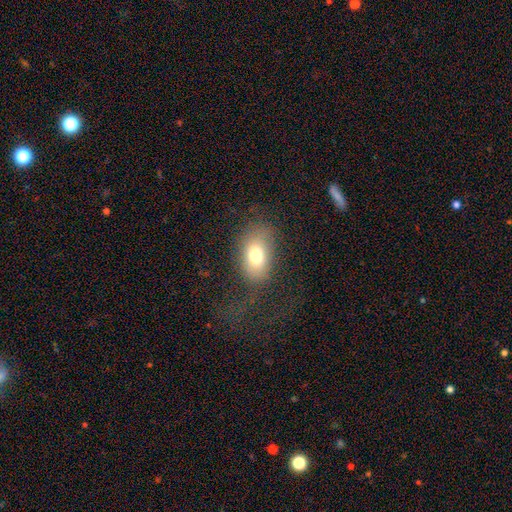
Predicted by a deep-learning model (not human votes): smooth 73%, featured or disk 15%, star or artifact 11%. Down the decision tree: how rounded — in between (85%); merging — none (64%).